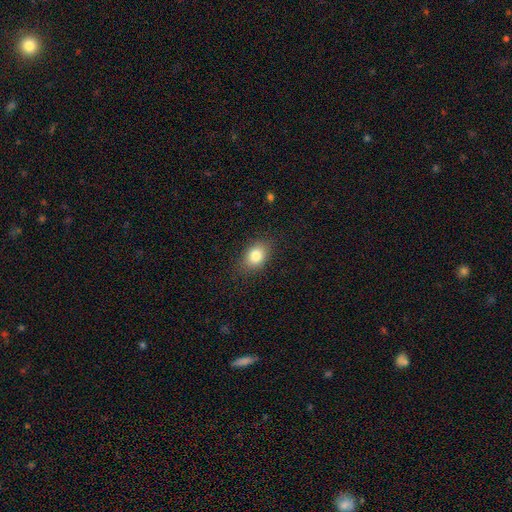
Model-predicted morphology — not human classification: A smooth galaxy with no disk features (82%) that is in between round and cigar-shaped (71%).

Vote fractions:
- Smooth or featured? smooth: 82% / star or artifact: 9% / featured or disk: 8%
- How rounded? in between: 71% / round: 28% / cigar-shaped: 1%
- Merging? none: 83% / minor disturbance: 13% / major disturbance: 3% / merger: 1%